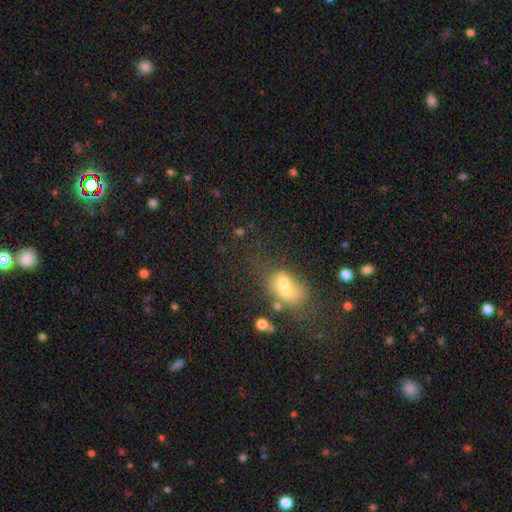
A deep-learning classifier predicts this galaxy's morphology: The model was most divided on "smooth or featured": smooth: 55%, star or artifact: 26%, featured or disk: 19%. More confident: how rounded — in between (74%); merging — none (57%).